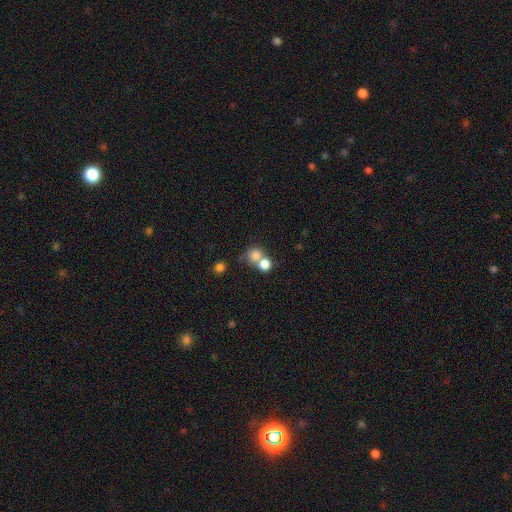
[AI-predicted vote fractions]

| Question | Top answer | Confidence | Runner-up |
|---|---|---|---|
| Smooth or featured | smooth | 78% | star or artifact (12%) |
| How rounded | round | 81% | in between (18%) |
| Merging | merger | 48% | none (40%) |